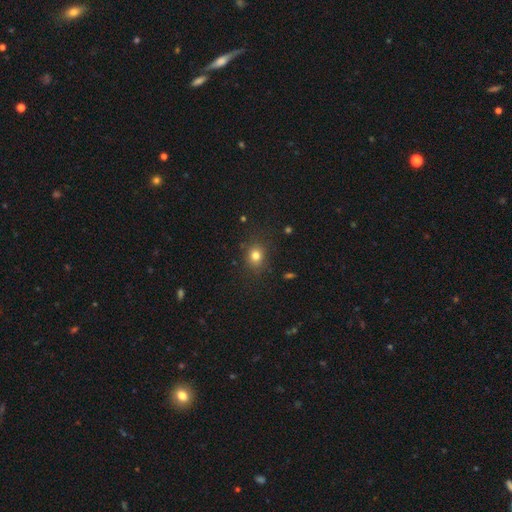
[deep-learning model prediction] smooth 79%, star or artifact 13%, featured or disk 7%. Down the decision tree: how rounded — round (65%); merging — none (82%).